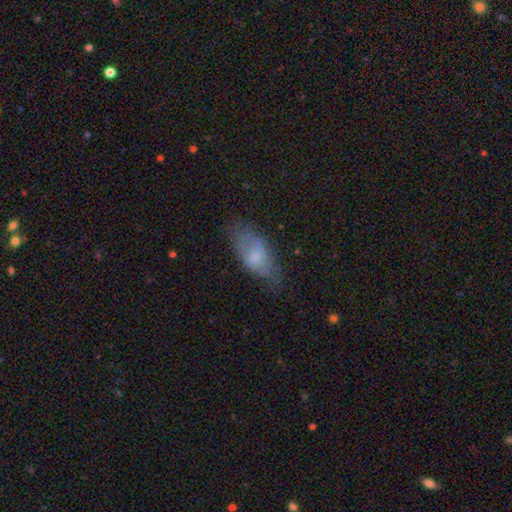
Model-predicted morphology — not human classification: smooth 62%, featured or disk 30%, star or artifact 8%. Down the decision tree: how rounded — in between (87%); merging — none (57%).